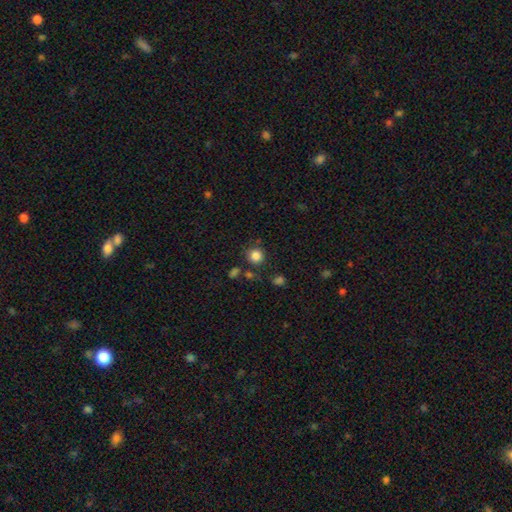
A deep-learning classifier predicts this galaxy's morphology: A smooth galaxy with no disk features (84%) that is round (90%). Merging: none (80%).